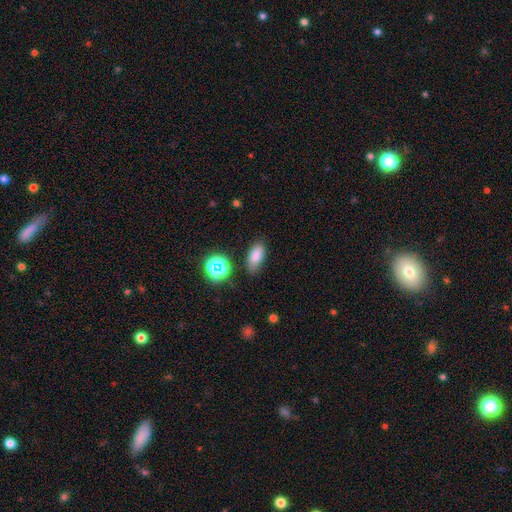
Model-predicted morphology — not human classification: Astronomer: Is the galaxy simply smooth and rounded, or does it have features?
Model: smooth — 78%.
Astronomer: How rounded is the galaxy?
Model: in between — 87%.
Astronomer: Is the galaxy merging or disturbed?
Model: none — 76%.